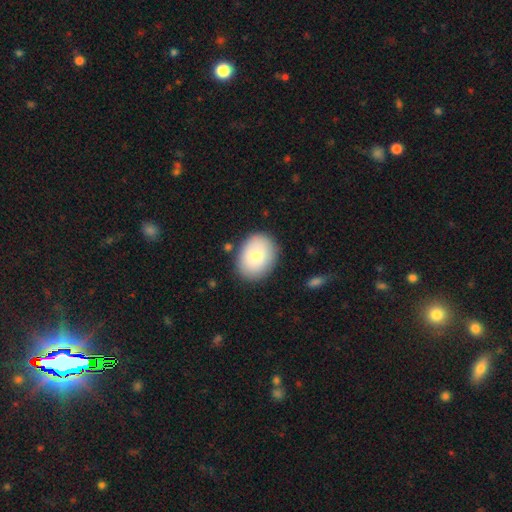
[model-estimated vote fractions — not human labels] The model was most divided on "how rounded": in between: 65%, round: 34%, cigar-shaped: 1%. More confident: merging — none (82%); smooth or featured — smooth (79%).